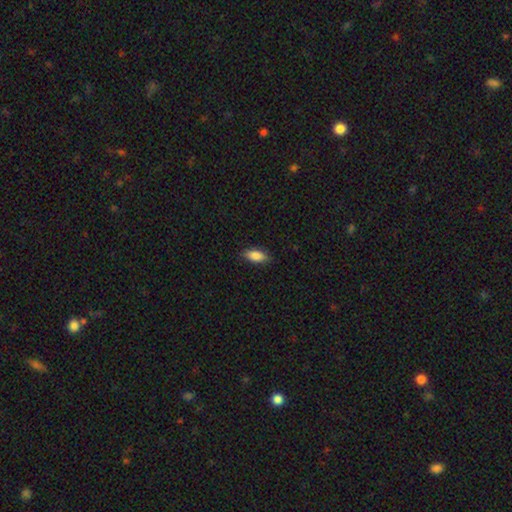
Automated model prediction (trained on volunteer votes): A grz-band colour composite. It shows a smooth galaxy with no disk features (85%) that is in between round and cigar-shaped (84%). Merging: none (85%).